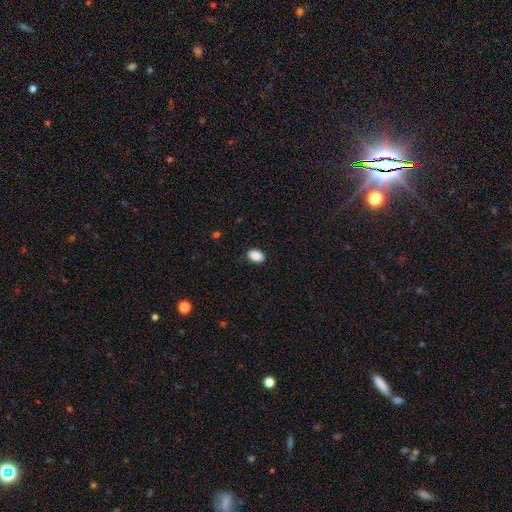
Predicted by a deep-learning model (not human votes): Smooth or featured? smooth (88%)
How rounded? in between (86%)
Merging? none (86%)